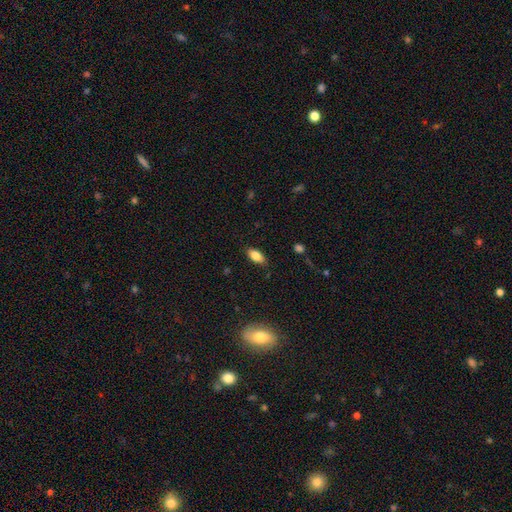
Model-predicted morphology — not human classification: smooth_or_featured: smooth (p=0.82) [alt: featured or disk p=0.09]
how_rounded: in between (p=0.89) [alt: cigar-shaped p=0.06]
merging: none (p=0.83) [alt: minor disturbance p=0.13]